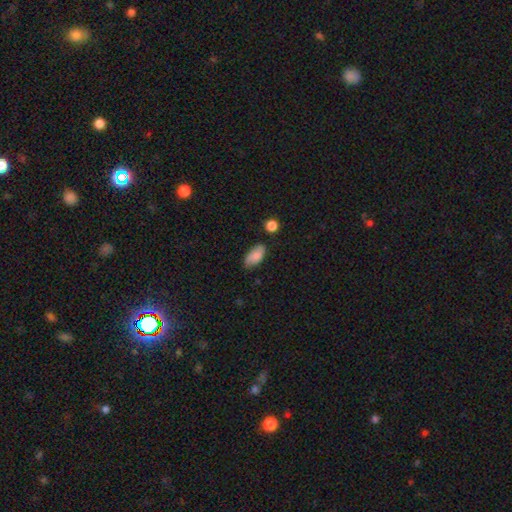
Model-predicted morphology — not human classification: smooth 81%, featured or disk 11%, star or artifact 7%. Down the decision tree: how rounded — in between (91%); merging — none (71%).